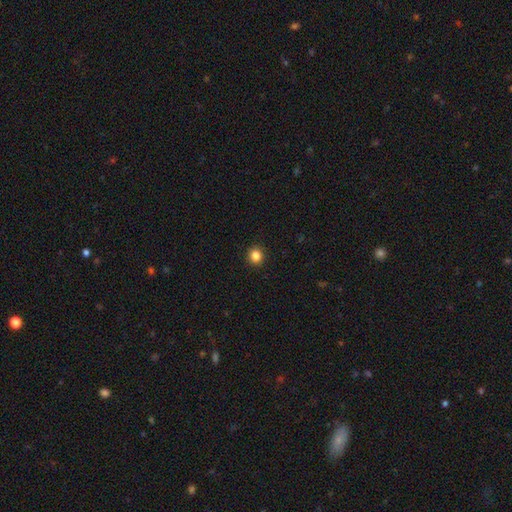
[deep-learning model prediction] The model was most divided on "how rounded": round: 86%, in between: 13%, cigar-shaped: 1%. More confident: merging — none (92%); smooth or featured — smooth (85%).